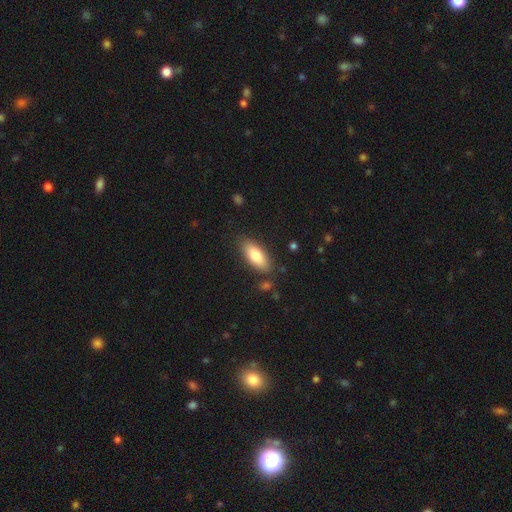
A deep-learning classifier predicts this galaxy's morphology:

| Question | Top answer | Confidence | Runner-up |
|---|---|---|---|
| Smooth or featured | smooth | 80% | featured or disk (14%) |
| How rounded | in between | 79% | cigar-shaped (19%) |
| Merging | none | 83% | minor disturbance (12%) |